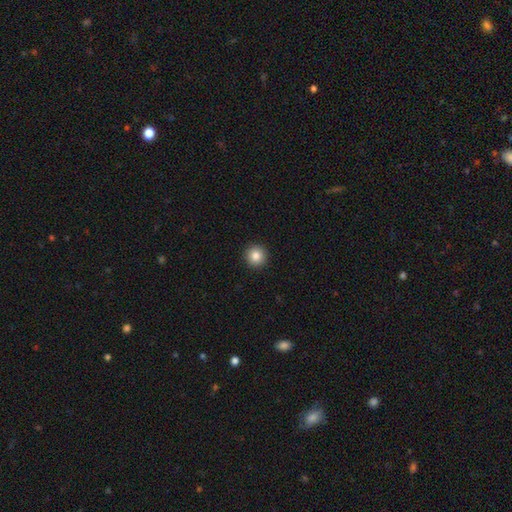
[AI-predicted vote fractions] Smooth or featured? Predicted: smooth (p=0.85). How rounded? Predicted: round (p=0.95). Merging? Predicted: none (p=0.93).